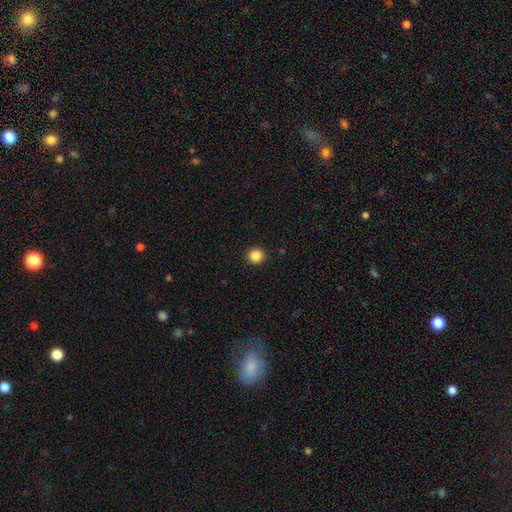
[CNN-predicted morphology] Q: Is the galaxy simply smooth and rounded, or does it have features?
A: smooth — 86%.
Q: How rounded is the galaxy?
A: round — 93%.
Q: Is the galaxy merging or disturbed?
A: none — 93%.